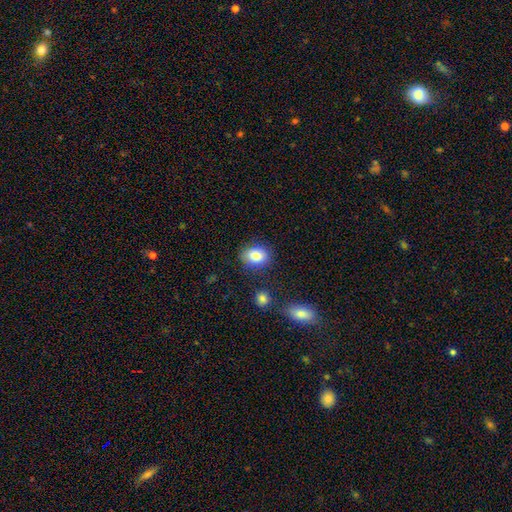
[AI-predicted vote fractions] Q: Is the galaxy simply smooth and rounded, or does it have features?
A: smooth — 82%.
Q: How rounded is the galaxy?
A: in between — 55%.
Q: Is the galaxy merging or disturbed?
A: none — 82%.